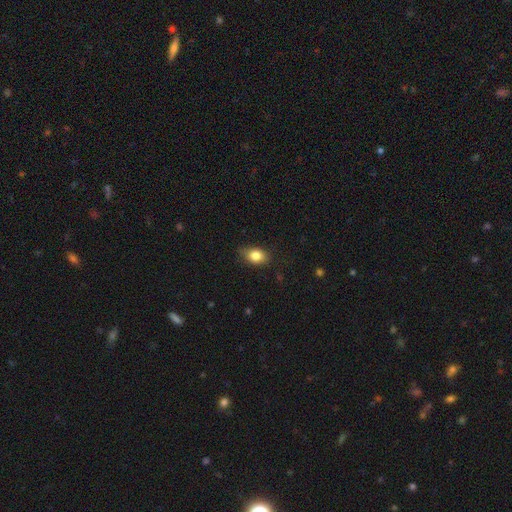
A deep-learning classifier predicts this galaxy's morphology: Q: Smooth or featured?
A: smooth (84%); runner-up: star or artifact (9%)
Q: How rounded?
A: in between (75%); runner-up: round (23%)
Q: Merging?
A: none (75%); runner-up: minor disturbance (20%)